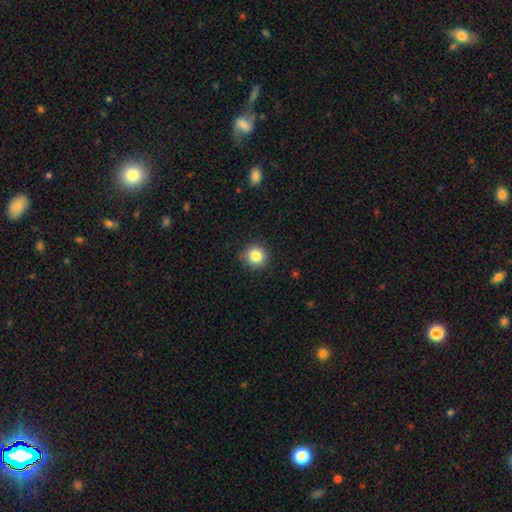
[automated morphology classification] This is clearly a smooth galaxy (84%). How rounded: clearly round (93%). Merging: clearly none (91%).